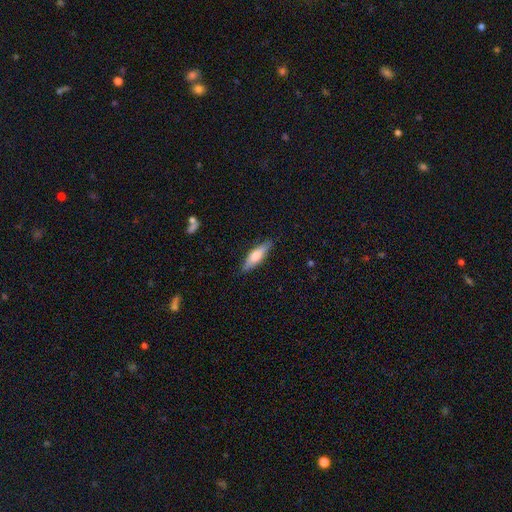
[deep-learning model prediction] A smooth galaxy with no disk features (58%) that is cigar-shaped (61%).

Vote fractions:
- Smooth or featured? smooth: 58% / featured or disk: 37% / star or artifact: 6%
- How rounded? cigar-shaped: 61% / in between: 37% / round: 2%
- Merging? none: 85% / minor disturbance: 11% / major disturbance: 2% / merger: 1%